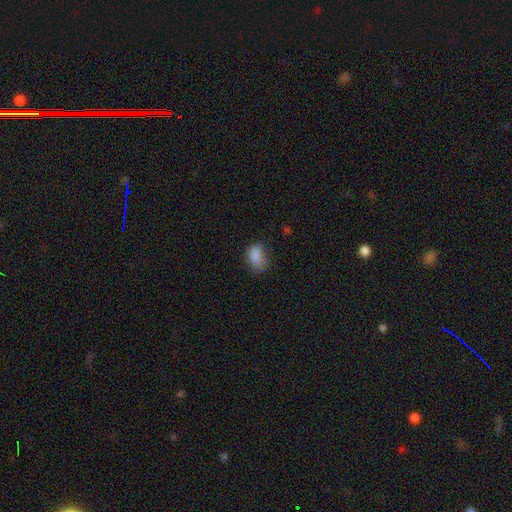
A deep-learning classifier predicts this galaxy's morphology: Q: Smooth or featured?
A: smooth (84%); runner-up: star or artifact (11%)
Q: How rounded?
A: in between (86%); runner-up: round (13%)
Q: Merging?
A: none (54%); runner-up: minor disturbance (31%)